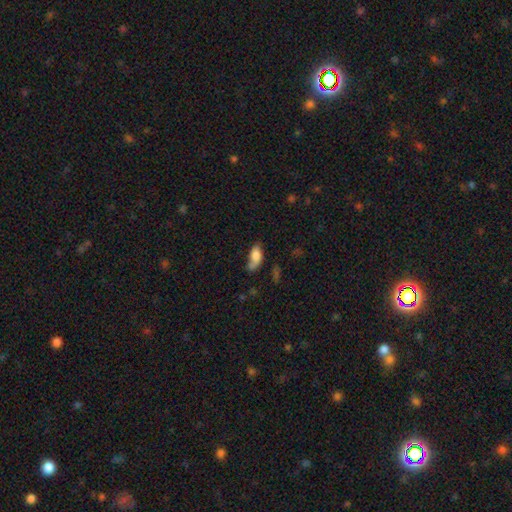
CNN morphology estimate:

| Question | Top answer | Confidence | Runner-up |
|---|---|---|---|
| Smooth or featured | smooth | 76% | featured or disk (16%) |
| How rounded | in between | 86% | cigar-shaped (10%) |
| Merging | none | 44% | minor disturbance (28%) |